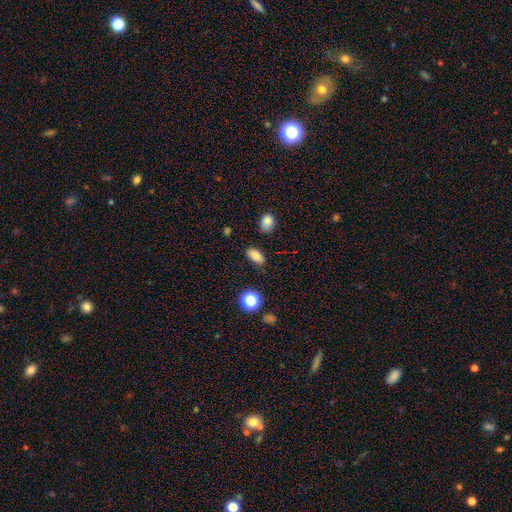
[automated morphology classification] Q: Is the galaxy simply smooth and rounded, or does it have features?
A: smooth — 84%.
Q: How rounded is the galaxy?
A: in between — 87%.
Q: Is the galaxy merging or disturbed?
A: none — 85%.